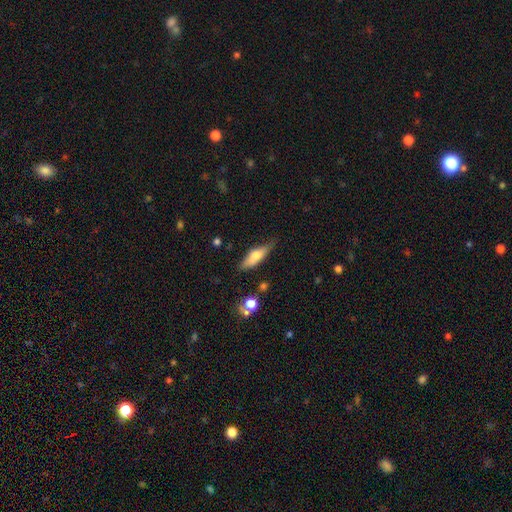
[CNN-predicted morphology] smooth_or_featured: smooth (p=0.56) [alt: featured or disk p=0.37]
how_rounded: cigar-shaped (p=0.52) [alt: in between p=0.45]
merging: none (p=0.70) [alt: minor disturbance p=0.21]